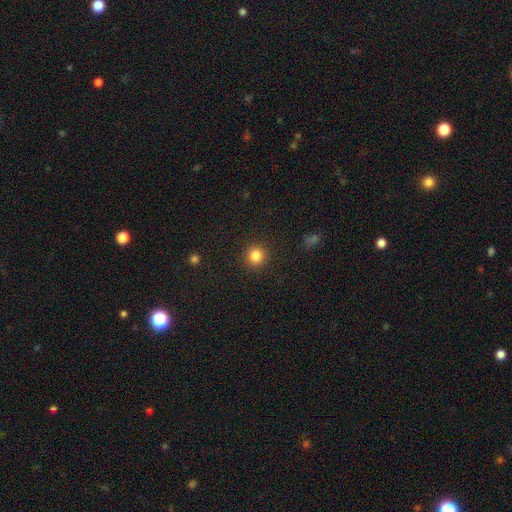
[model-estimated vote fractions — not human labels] A smooth galaxy with no disk features (84%) that is round (94%). Merging: none (92%).